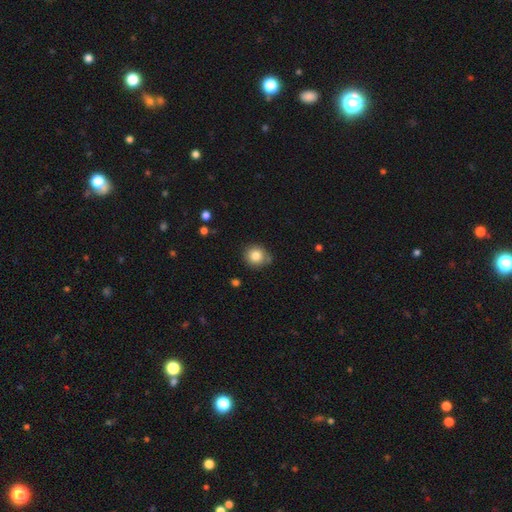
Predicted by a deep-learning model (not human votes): A smooth galaxy with no disk features (82%) that is round (89%). Merging: none (78%).